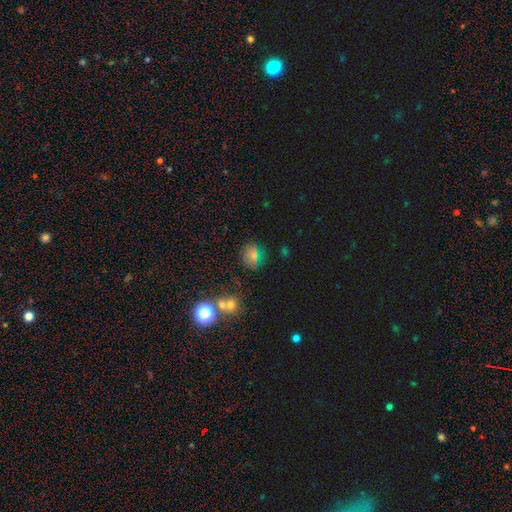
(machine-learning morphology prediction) This appears to be a smooth galaxy with no disk features (65%) that is round (61%). Merging: none (79%).